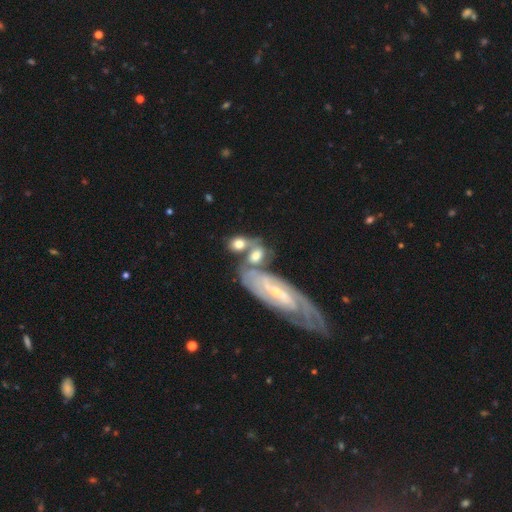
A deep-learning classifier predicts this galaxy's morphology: Smooth or featured: featured or disk — 48% (smooth — 44%)
Merging: merger — 48% (none — 30%)